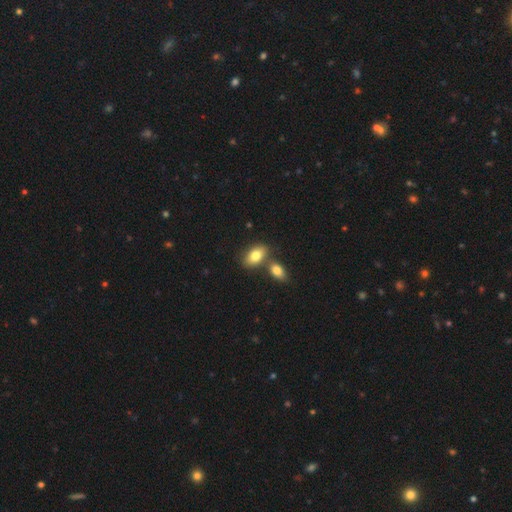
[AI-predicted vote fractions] Smooth or featured? smooth (80%)
How rounded? in between (91%)
Merging? none (55%)